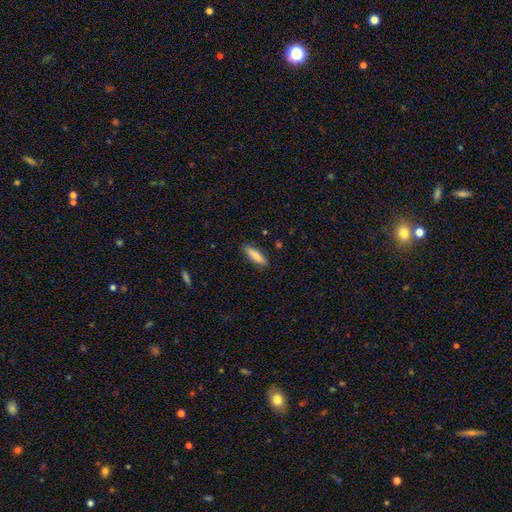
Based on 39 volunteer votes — Smooth or featured?
  - smooth: 82% *
  - featured or disk: 13%
  - star or artifact: 5%
How rounded?
  - cigar-shaped: 78% *
  - in between: 19%
  - round: 3%
Merging?
  - none: 92% *
  - minor disturbance: 8%
  - major disturbance: 0%
  - merger: 0%